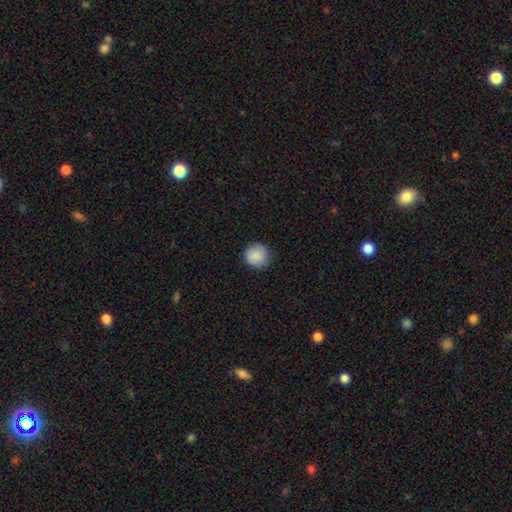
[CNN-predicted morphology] Smooth or featured? Predicted: smooth (p=0.88). How rounded? Predicted: round (p=0.94). Merging? Predicted: none (p=0.88).